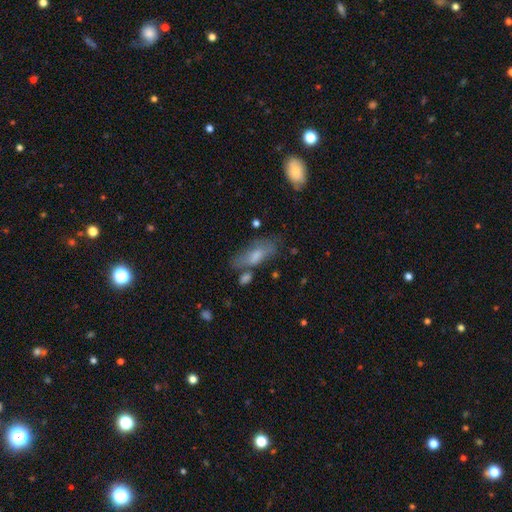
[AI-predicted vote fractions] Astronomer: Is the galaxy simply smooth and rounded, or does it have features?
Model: smooth — 62%.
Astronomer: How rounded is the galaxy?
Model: in between — 69%.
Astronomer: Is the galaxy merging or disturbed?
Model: none — 54%.